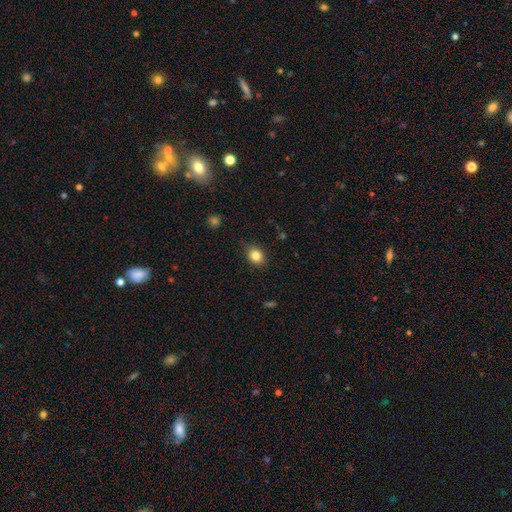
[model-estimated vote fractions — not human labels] Smooth or featured? Predicted: smooth (p=0.83). How rounded? Predicted: round (p=0.56). Merging? Predicted: none (p=0.79).